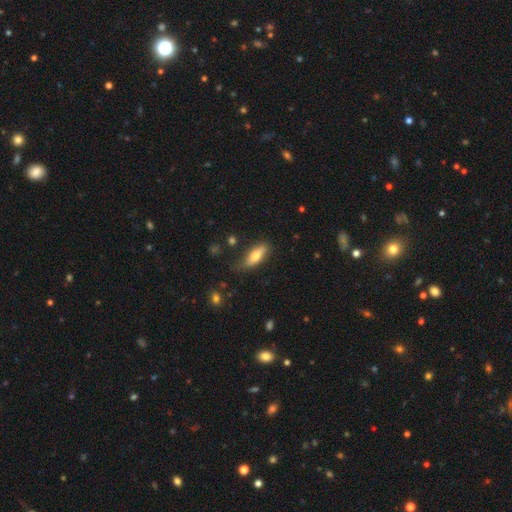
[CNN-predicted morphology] Smooth or featured? Predicted: smooth (p=0.73). How rounded? Predicted: in between (p=0.63). Merging? Predicted: none (p=0.66).